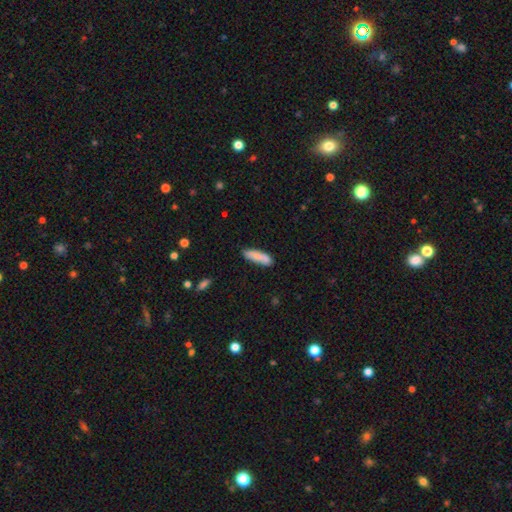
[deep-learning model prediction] Smooth or featured: smooth — 79% (featured or disk — 14%)
How rounded: cigar-shaped — 61% (in between — 38%)
Merging: none — 71% (minor disturbance — 17%)